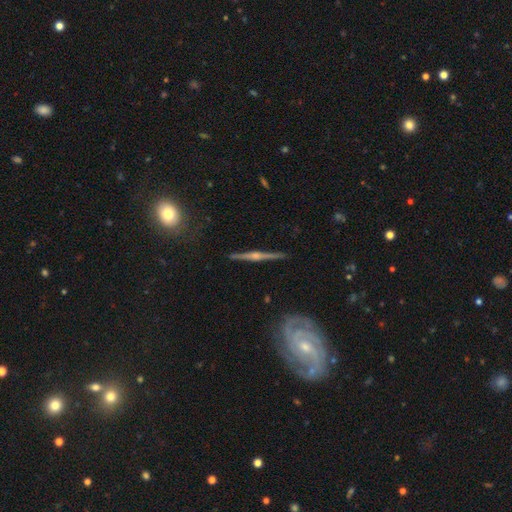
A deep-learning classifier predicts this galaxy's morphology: Q: Smooth or featured?
A: featured or disk (66%); runner-up: smooth (18%)
Q: Edge-on disk?
A: yes (66%); runner-up: no (34%)
Q: Merging?
A: none (81%); runner-up: minor disturbance (12%)